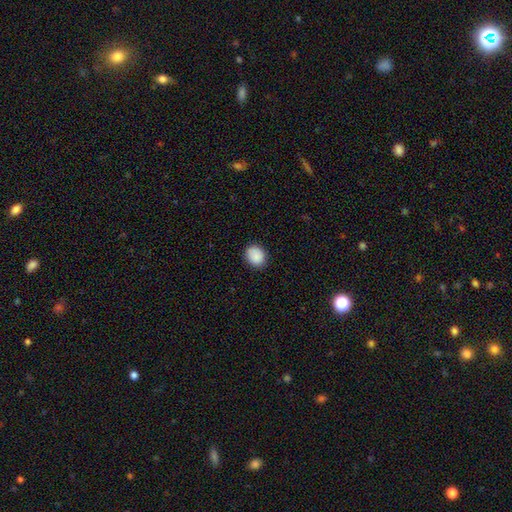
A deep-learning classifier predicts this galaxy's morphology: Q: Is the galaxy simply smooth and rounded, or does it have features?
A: smooth — 89%.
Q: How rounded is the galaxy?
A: round — 55%.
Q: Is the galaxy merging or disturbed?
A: none — 86%.